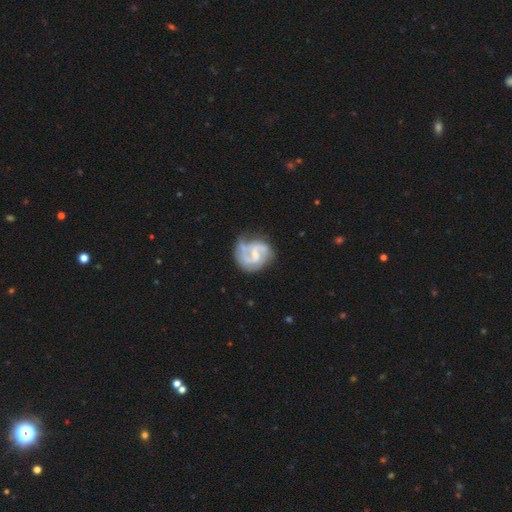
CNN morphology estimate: The model was most divided on "bulge size": small: 49%, moderate: 29%, none: 20%, large: 2%, dominant: 1%. Remaining: edge-on disk — no (98%); spiral arms — yes (94%); smooth or featured — featured or disk (83%); spiral arm count — 2 (75%); bar — weak (58%); merging — none (56%); spiral winding — medium (50%).